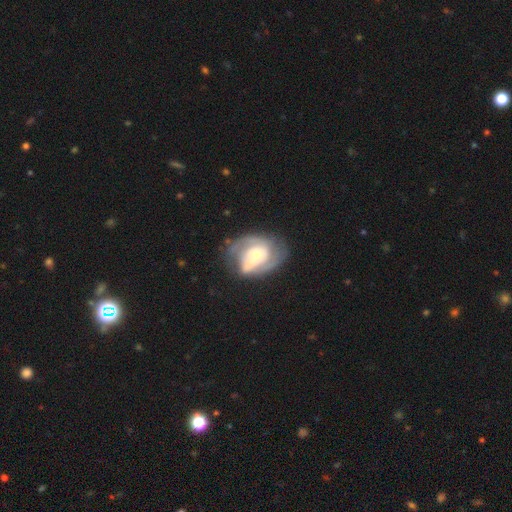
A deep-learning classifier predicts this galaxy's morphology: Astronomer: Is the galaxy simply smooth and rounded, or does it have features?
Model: featured or disk — 79%.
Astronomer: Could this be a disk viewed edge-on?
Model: no — 97%.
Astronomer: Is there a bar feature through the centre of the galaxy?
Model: no — 61%.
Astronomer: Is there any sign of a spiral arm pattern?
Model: yes — 90%.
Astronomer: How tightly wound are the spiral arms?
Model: tight — 43% (runner-up: medium, 41%).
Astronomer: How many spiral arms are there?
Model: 2 — 65%.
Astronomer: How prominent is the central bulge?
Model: moderate — 50% (runner-up: small, 37%).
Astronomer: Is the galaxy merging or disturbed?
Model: none — 57%.